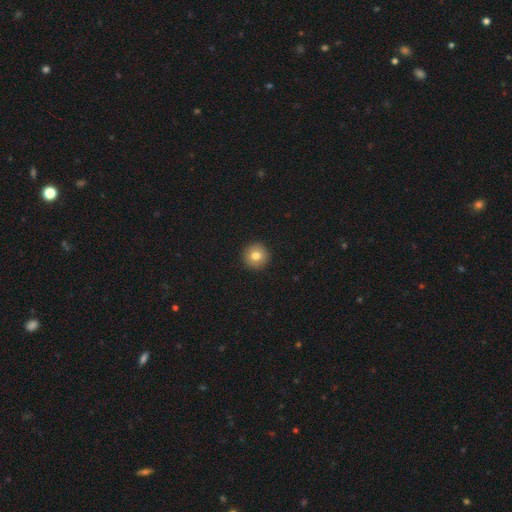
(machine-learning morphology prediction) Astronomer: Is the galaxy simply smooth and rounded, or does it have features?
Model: smooth — 79%.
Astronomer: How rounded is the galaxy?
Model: round — 96%.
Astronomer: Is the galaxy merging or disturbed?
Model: none — 93%.